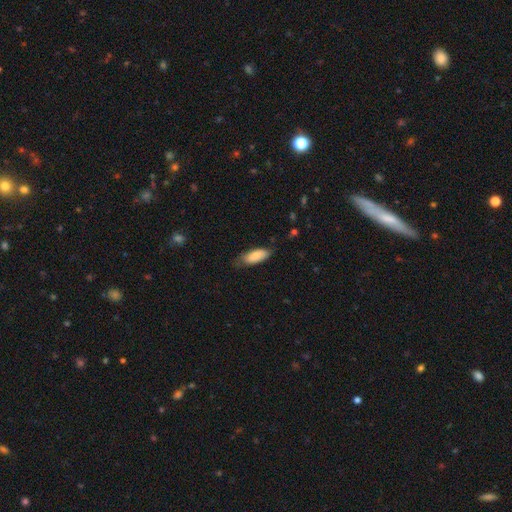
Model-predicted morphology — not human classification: This is clearly a smooth galaxy (82%). How rounded: likely in between (78%). Merging: likely none (68%).